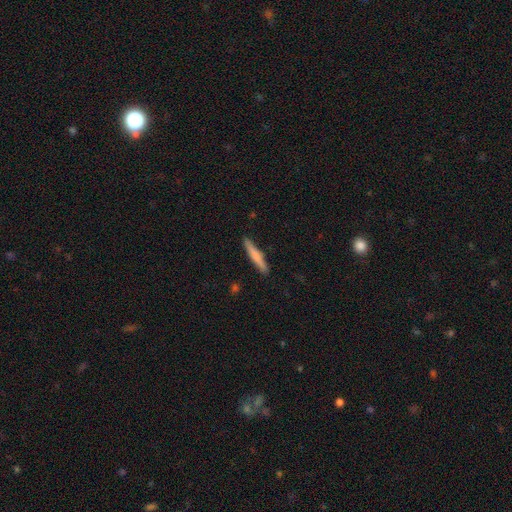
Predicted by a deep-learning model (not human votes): smooth-or-featured: smooth: 69% | featured or disk: 26% | star or artifact: 5%
  how-rounded: cigar-shaped: 94% | in between: 5% | round: 1%
  merging: none: 89% | minor disturbance: 8% | major disturbance: 2% | merger: 1%